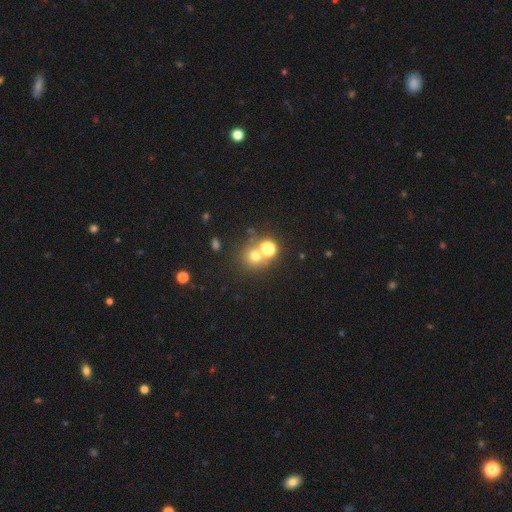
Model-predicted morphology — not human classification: smooth-or-featured: smooth: 66% | star or artifact: 23% | featured or disk: 11%
  how-rounded: round: 87% | in between: 12% | cigar-shaped: 1%
  merging: none: 58% | merger: 30% | minor disturbance: 8% | major disturbance: 4%